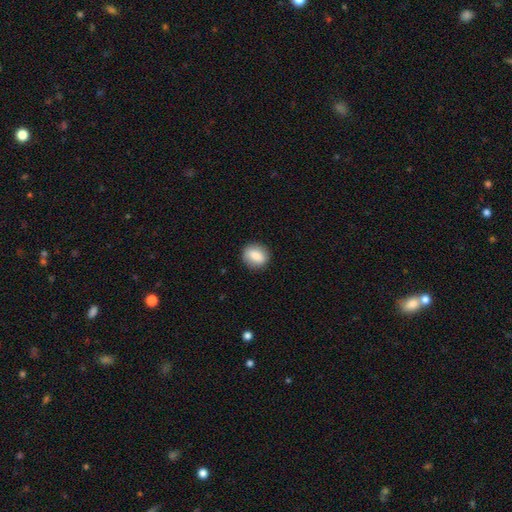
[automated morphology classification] A smooth galaxy with no disk features (84%) that is round (59%). Merging: none (87%).